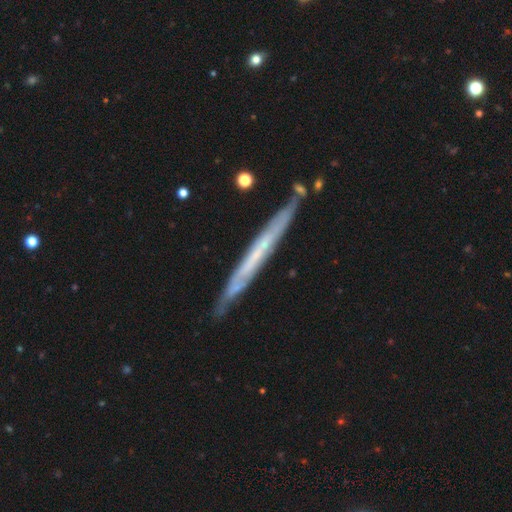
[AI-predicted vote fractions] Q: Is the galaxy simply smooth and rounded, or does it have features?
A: featured or disk — 67%.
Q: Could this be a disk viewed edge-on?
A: yes — 89%.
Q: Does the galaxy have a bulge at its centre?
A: none — 86%.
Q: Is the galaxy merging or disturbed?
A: none — 82%.